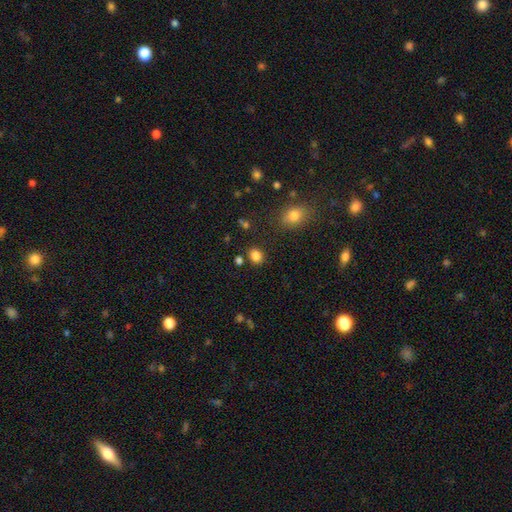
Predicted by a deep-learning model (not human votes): smooth_or_featured: smooth (p=0.84) [alt: star or artifact p=0.12]
how_rounded: round (p=0.65) [alt: in between p=0.34]
merging: none (p=0.82) [alt: minor disturbance p=0.10]